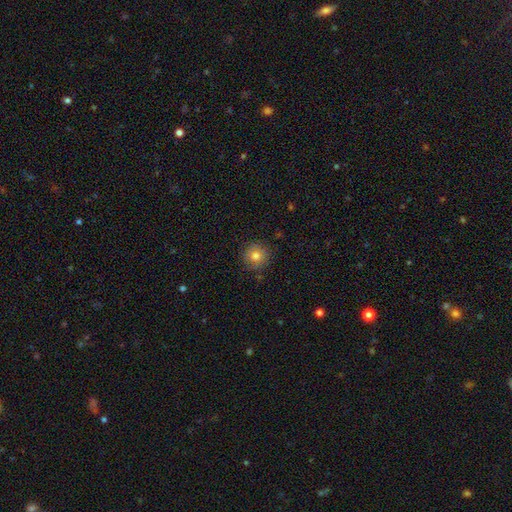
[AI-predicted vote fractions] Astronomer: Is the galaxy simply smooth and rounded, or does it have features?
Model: smooth — 81%.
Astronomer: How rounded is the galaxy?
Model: round — 94%.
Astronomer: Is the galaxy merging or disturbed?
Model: none — 88%.